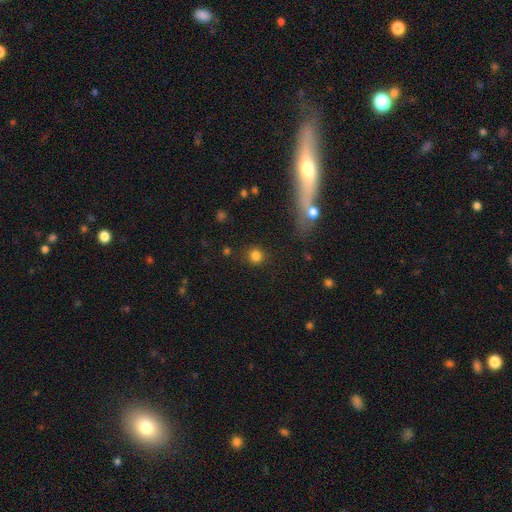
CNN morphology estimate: Overall: smooth (82%). How rounded: round (91%). Merging: none (87%).